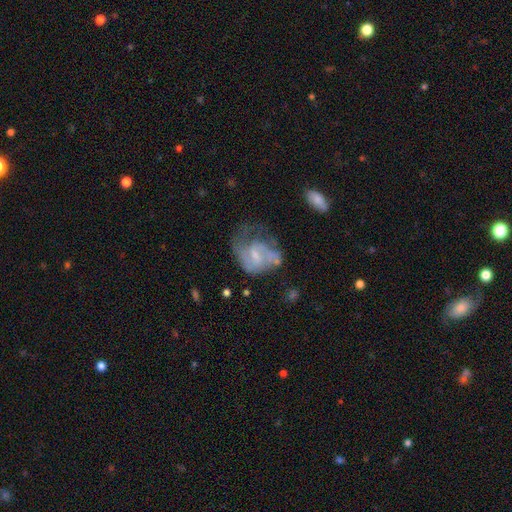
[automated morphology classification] Smooth or featured? Predicted: featured or disk (p=0.68). Edge-on disk? Predicted: no (p=0.98). Bar? Predicted: weak (p=0.49). Spiral arms? Predicted: yes (p=0.72). Bulge size? Predicted: small (p=0.53). Merging? Predicted: major disturbance (p=0.41).